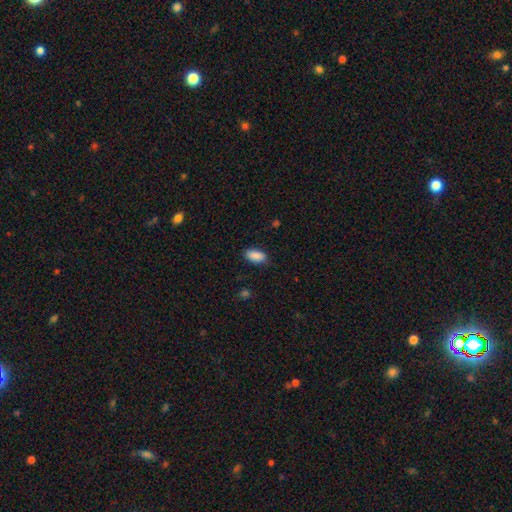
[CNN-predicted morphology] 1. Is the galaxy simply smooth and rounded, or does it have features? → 90% smooth, 7% star or artifact, 3% featured or disk.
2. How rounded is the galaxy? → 92% in between, 5% cigar-shaped, 3% round.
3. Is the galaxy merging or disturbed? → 86% none, 10% minor disturbance, 2% major disturbance, 1% merger.